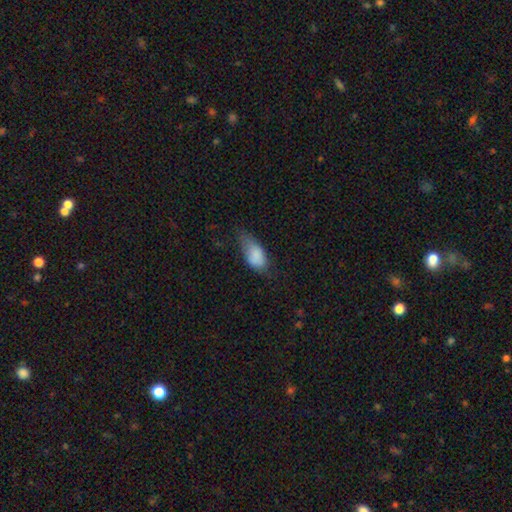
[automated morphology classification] Overall: smooth (81%). How rounded: in between (91%). Merging: minor disturbance (41%; none 33%).